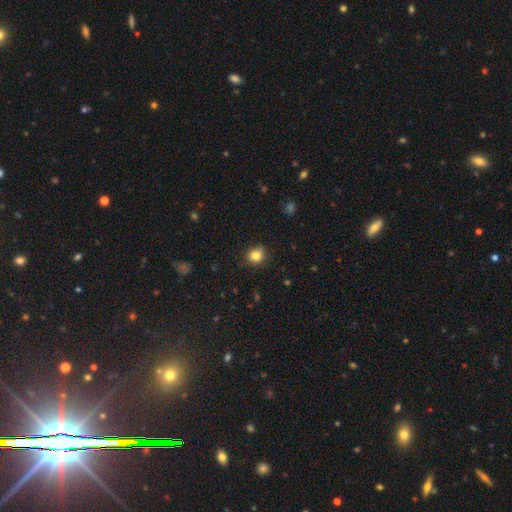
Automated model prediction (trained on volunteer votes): Smooth or featured: smooth — 83% (star or artifact — 12%)
How rounded: round — 79% (in between — 20%)
Merging: none — 84% (minor disturbance — 12%)